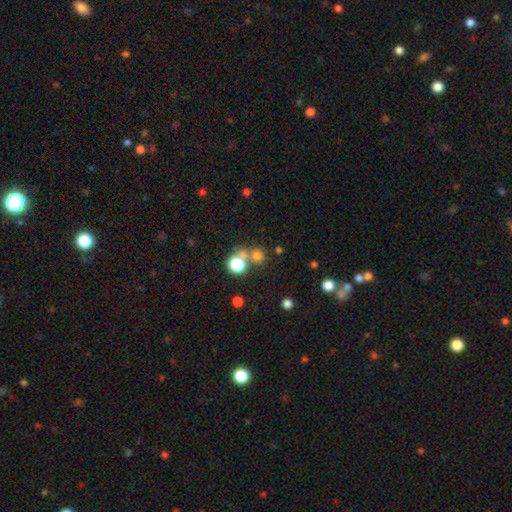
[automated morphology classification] type=smooth (62%); roundness=round (88%); merging=none (62%).